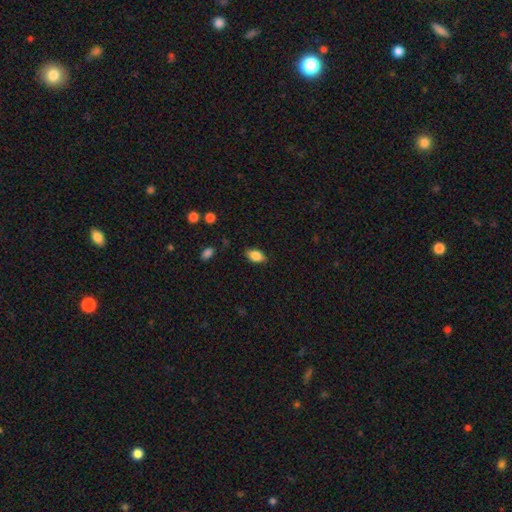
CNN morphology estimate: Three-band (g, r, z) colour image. It shows a smooth galaxy with no disk features (84%) that is in between round and cigar-shaped (89%). Merging: none (82%).